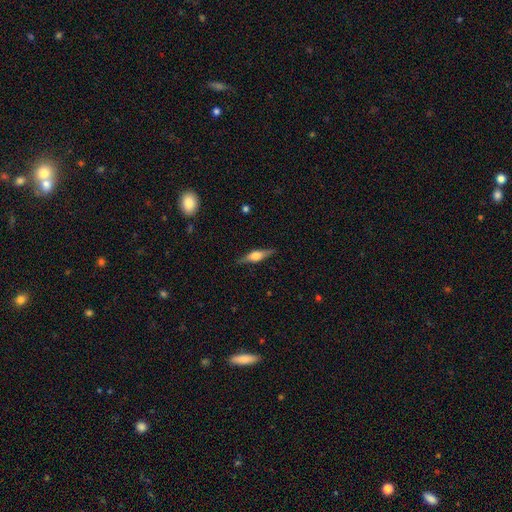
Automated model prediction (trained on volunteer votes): Overall: featured or disk (66%; smooth 27%). Edge-on disk: yes (96%). Edge-on bulge: rounded (88%). Merging: none (86%).